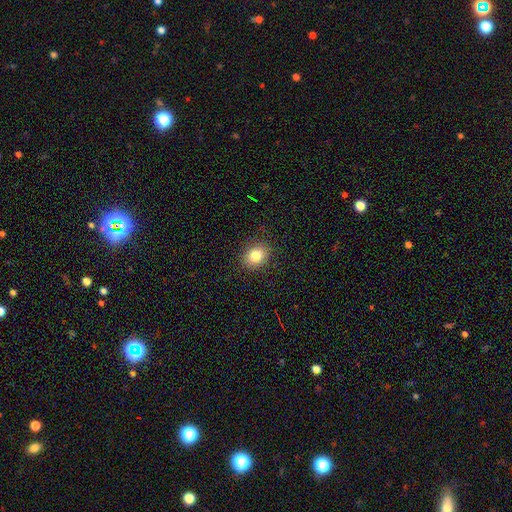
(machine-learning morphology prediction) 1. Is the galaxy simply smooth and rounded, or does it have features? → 82% smooth, 10% star or artifact, 7% featured or disk.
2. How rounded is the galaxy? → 50% round, 49% in between, 1% cigar-shaped.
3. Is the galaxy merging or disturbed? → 88% none, 8% minor disturbance, 2% major disturbance, 1% merger.